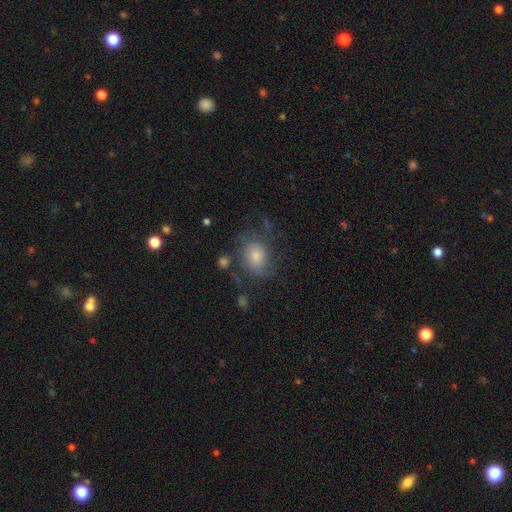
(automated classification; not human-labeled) Smooth or featured?
  - smooth: 48% *
  - featured or disk: 37%
  - star or artifact: 15%
Merging?
  - none: 57% *
  - minor disturbance: 21%
  - major disturbance: 18%
  - merger: 4%